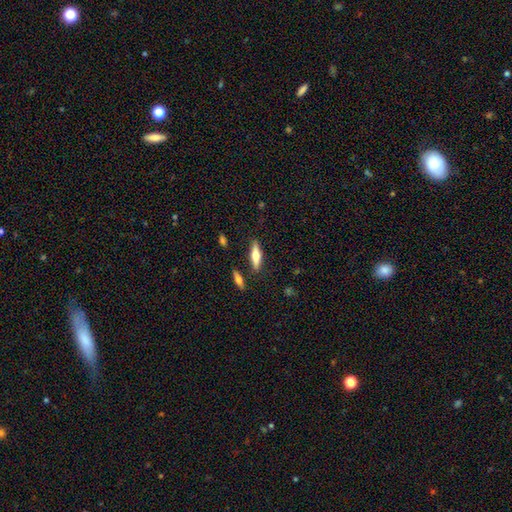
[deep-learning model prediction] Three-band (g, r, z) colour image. It shows a smooth galaxy with no disk features (51%) that is cigar-shaped (57%). Merging: none (83%).